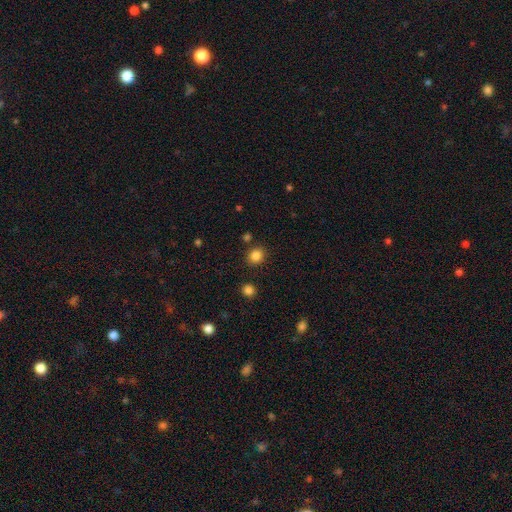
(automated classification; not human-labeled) smooth 84%, star or artifact 12%, featured or disk 4%. Down the decision tree: how rounded — round (78%); merging — none (86%).